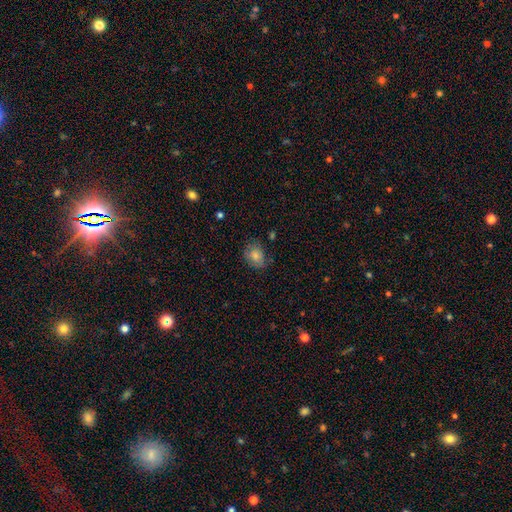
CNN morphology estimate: Smooth or featured? smooth (79%)
How rounded? in between (53%)
Merging? none (66%)